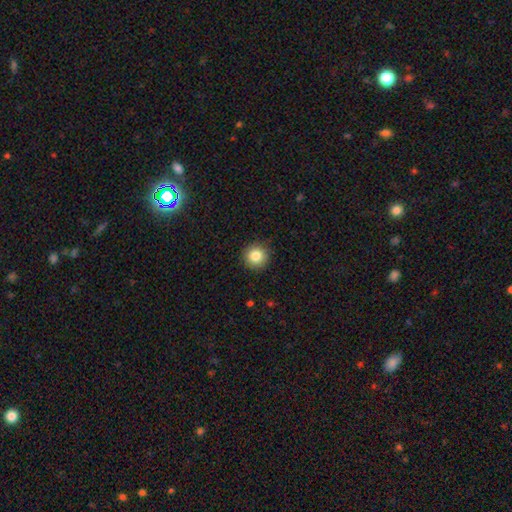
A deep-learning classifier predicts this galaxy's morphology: The model was most divided on "smooth or featured": smooth: 83%, star or artifact: 10%, featured or disk: 7%. More confident: how rounded — round (95%); merging — none (91%).